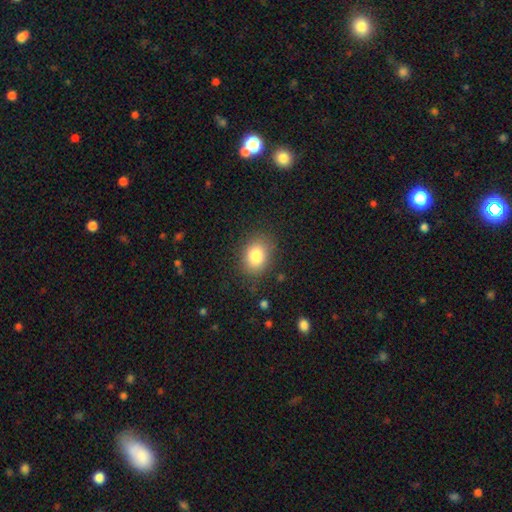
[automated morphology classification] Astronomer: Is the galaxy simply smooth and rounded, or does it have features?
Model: smooth — 82%.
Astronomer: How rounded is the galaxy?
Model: in between — 58% (runner-up: round, 41%).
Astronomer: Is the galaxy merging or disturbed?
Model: none — 83%.